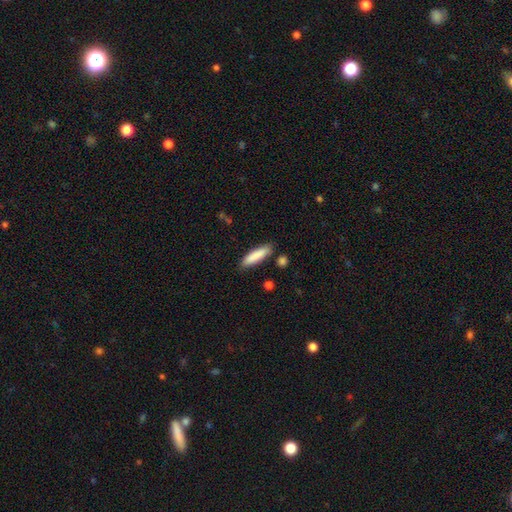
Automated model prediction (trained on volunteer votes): This is clearly a smooth galaxy (85%). How rounded: likely cigar-shaped (74%). Merging: clearly none (84%).